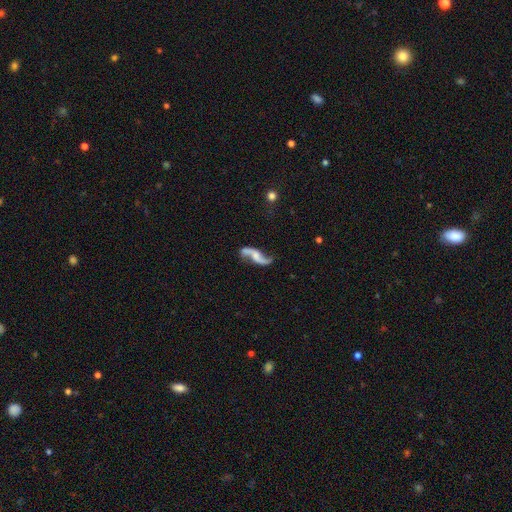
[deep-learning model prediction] smooth_or_featured: featured or disk (p=0.87) [alt: smooth p=0.08]
disk_edge_on: no (p=0.93) [alt: yes p=0.07]
bar: no (p=0.53) [alt: weak p=0.34]
has_spiral_arms: yes (p=0.96) [alt: no p=0.04]
spiral_winding: loose (p=0.89) [alt: medium p=0.08]
spiral_arm_count: 2 (p=0.94) [alt: 1 p=0.02]
bulge_size: small (p=0.36) [alt: moderate p=0.30]
merging: none (p=0.71) [alt: minor disturbance p=0.16]